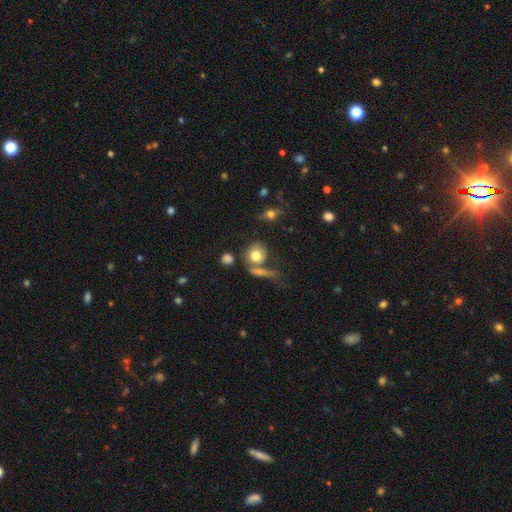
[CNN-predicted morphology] The model was most divided on "merging": none: 57%, merger: 22%, minor disturbance: 13%, major disturbance: 8%. More confident: smooth or featured — smooth (75%); how rounded — round (75%).